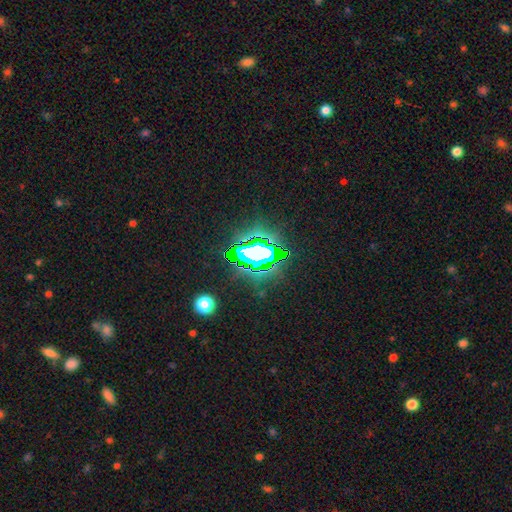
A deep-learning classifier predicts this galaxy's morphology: A star or artifact, not a galaxy (68%).